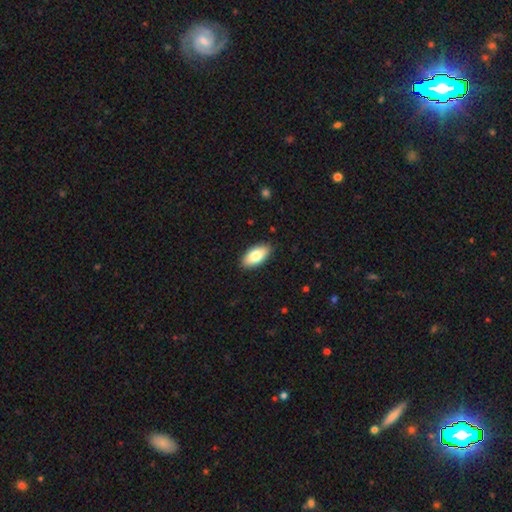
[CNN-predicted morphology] type=smooth (79%); roundness=in between (93%); merging=none (88%).